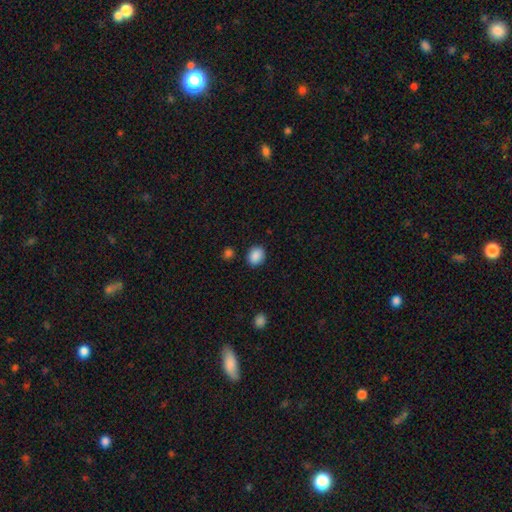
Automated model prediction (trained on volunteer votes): This appears to be a smooth galaxy with no disk features (89%) that is round (55%). Merging: none (87%).